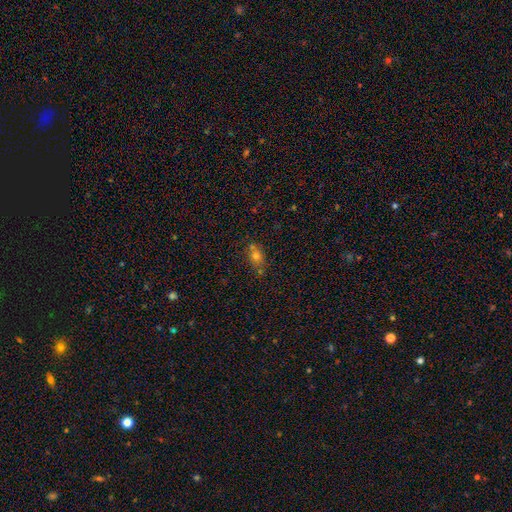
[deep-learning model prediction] Smooth or featured: smooth — 67% (star or artifact — 20%)
How rounded: in between — 56% (round — 40%)
Merging: none — 64% (minor disturbance — 16%)